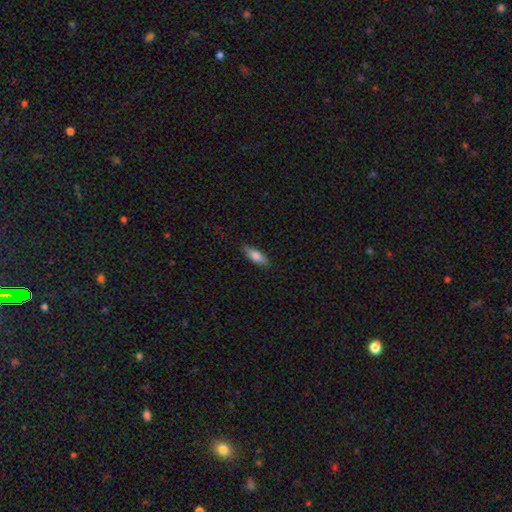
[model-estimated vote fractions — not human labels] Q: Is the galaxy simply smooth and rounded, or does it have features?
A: smooth — 77%.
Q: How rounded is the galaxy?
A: in between — 64%.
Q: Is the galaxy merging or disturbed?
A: none — 87%.